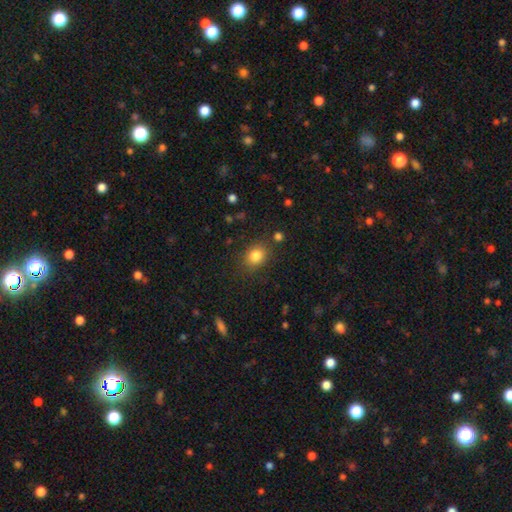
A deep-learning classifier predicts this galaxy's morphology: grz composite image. It shows a smooth galaxy with no disk features (83%) that is round (54%). Merging: none (81%).